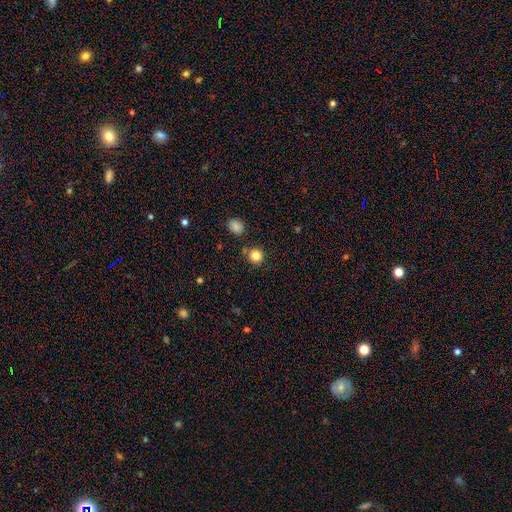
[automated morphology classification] type=smooth (84%); roundness=round (90%); merging=none (82%).